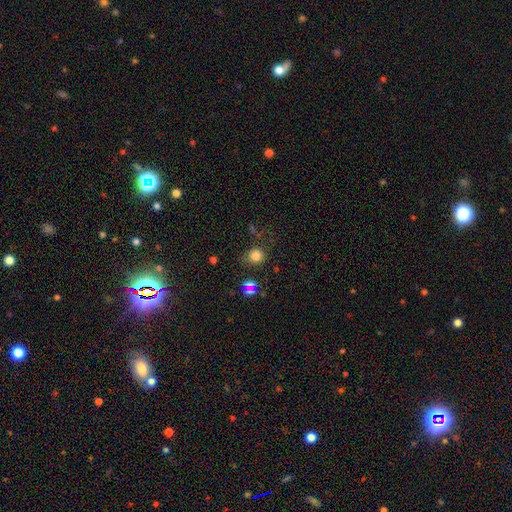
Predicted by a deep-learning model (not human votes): Smooth or featured: smooth — 79% (star or artifact — 15%)
How rounded: round — 82% (in between — 17%)
Merging: none — 70% (minor disturbance — 17%)